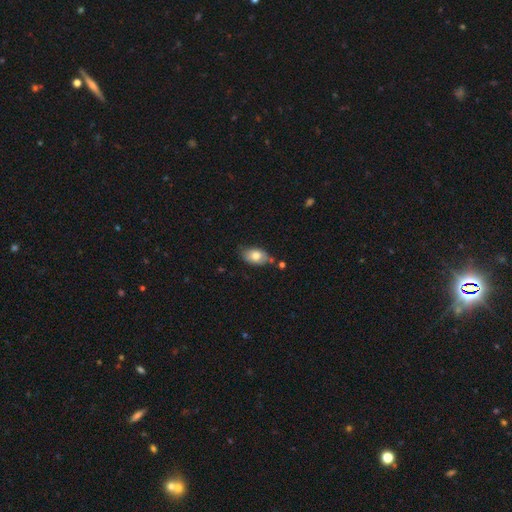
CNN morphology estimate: type=smooth (73%); roundness=in between (91%); merging=none (64%).